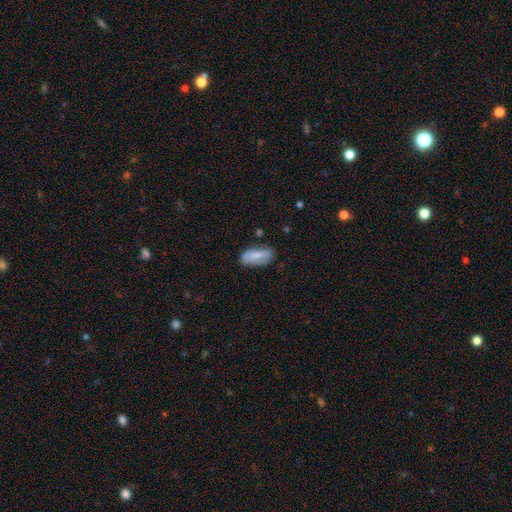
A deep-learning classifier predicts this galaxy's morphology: type=smooth (68%); roundness=in between (89%); merging=none (66%).